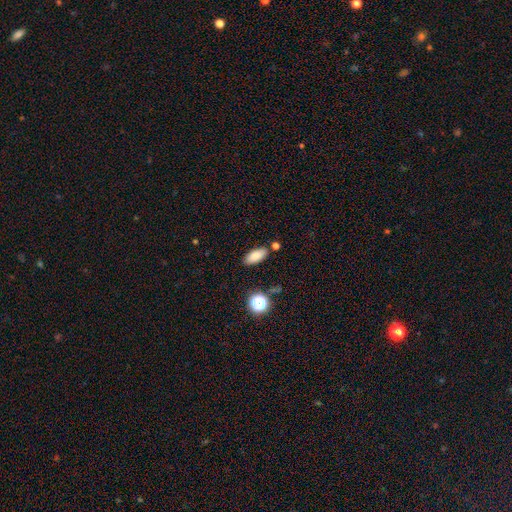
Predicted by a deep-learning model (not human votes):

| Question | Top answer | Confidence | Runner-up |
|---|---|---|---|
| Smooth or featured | smooth | 82% | star or artifact (10%) |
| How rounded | in between | 84% | cigar-shaped (12%) |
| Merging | none | 82% | minor disturbance (11%) |